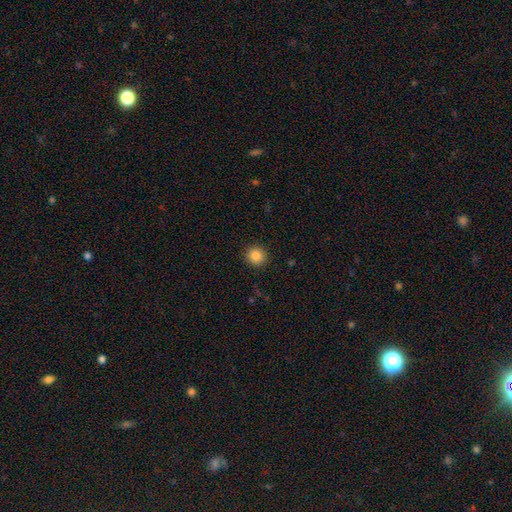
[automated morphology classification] type=smooth (86%); roundness=round (93%); merging=none (92%).